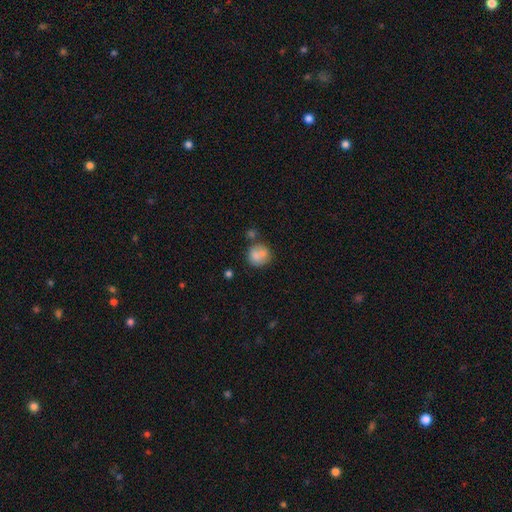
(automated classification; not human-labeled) Overall: smooth (76%). How rounded: round (80%). Merging: none (51%; merger 25%).